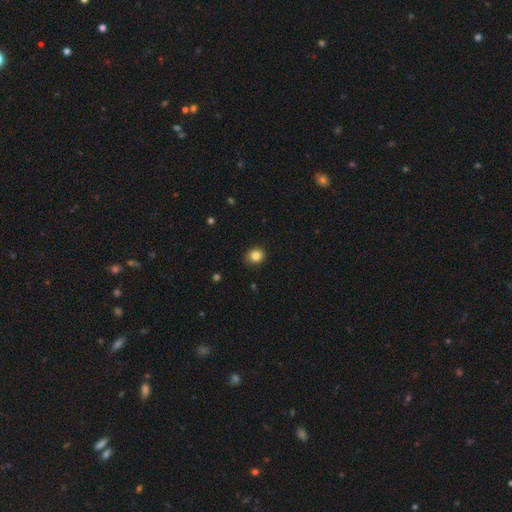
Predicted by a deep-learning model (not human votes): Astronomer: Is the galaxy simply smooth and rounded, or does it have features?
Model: smooth — 85%.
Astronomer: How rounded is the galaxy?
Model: round — 80%.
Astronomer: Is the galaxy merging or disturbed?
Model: none — 88%.